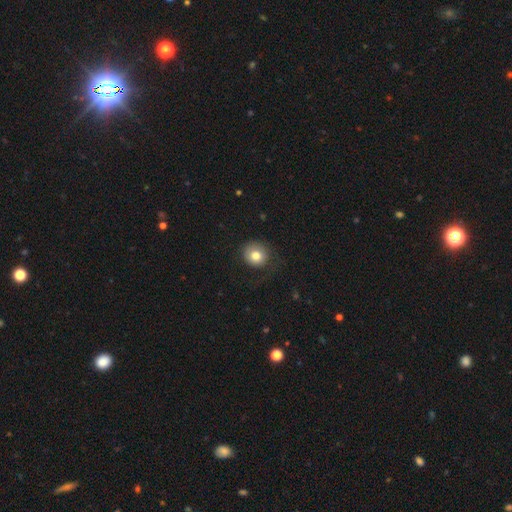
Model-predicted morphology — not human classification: smooth-or-featured: smooth: 80% | featured or disk: 11% | star or artifact: 9%
  how-rounded: round: 87% | in between: 12% | cigar-shaped: 1%
  merging: none: 70% | minor disturbance: 17% | major disturbance: 12% | merger: 1%